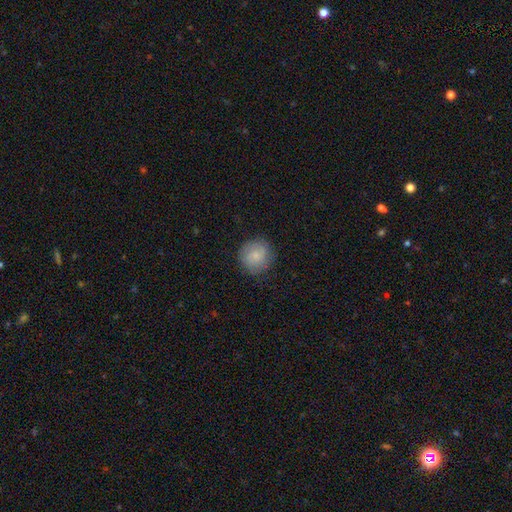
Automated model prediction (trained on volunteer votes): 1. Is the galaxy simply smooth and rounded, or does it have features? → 67% smooth, 25% featured or disk, 7% star or artifact.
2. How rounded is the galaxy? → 92% round, 7% in between, 1% cigar-shaped.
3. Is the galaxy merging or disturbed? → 82% none, 13% minor disturbance, 4% major disturbance, 1% merger.